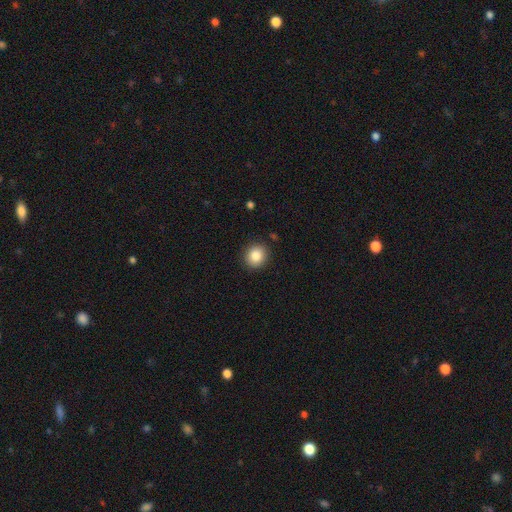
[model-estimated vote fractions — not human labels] Q: Smooth or featured?
A: smooth (84%); runner-up: star or artifact (9%)
Q: How rounded?
A: round (83%); runner-up: in between (16%)
Q: Merging?
A: none (90%); runner-up: minor disturbance (7%)